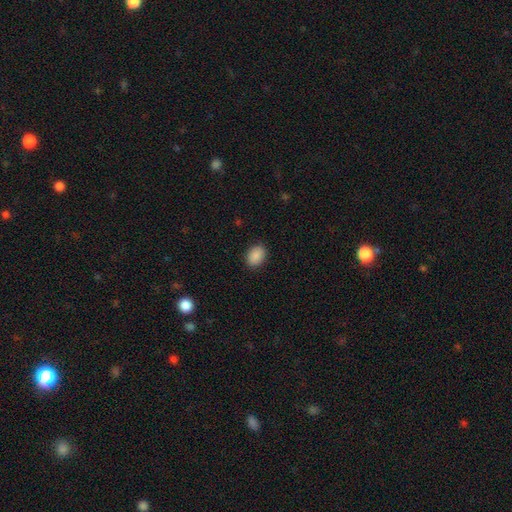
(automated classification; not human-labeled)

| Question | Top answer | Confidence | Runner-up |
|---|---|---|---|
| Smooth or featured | smooth | 89% | star or artifact (8%) |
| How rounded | in between | 73% | round (26%) |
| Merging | none | 89% | minor disturbance (8%) |